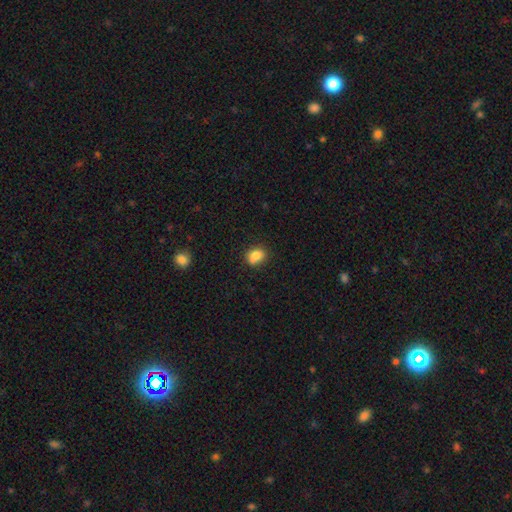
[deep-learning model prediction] Smooth or featured? smooth (81%)
How rounded? round (53%)
Merging? none (58%)